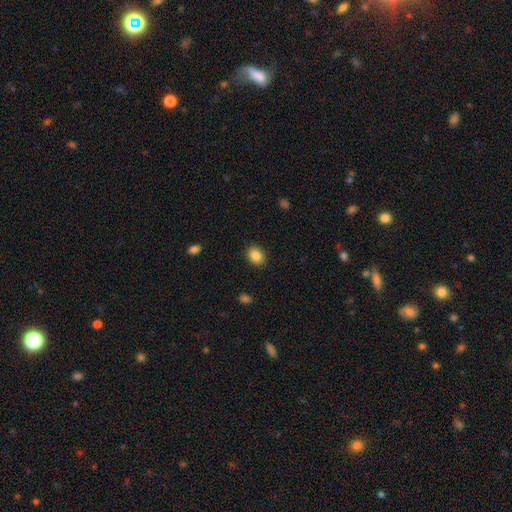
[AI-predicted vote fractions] smooth-or-featured: smooth: 86% | star or artifact: 9% | featured or disk: 6%
  how-rounded: in between: 52% | round: 47% | cigar-shaped: 1%
  merging: none: 89% | minor disturbance: 8% | major disturbance: 2% | merger: 1%